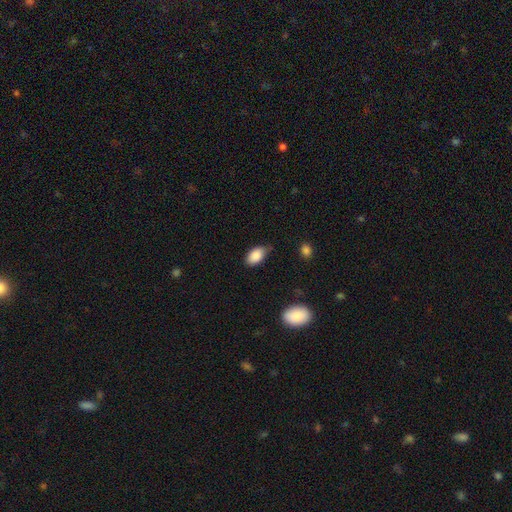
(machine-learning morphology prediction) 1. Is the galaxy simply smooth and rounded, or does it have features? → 87% smooth, 7% star or artifact, 6% featured or disk.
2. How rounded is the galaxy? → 93% in between, 5% round, 2% cigar-shaped.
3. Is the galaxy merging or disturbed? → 68% none, 27% minor disturbance, 4% major disturbance, 2% merger.